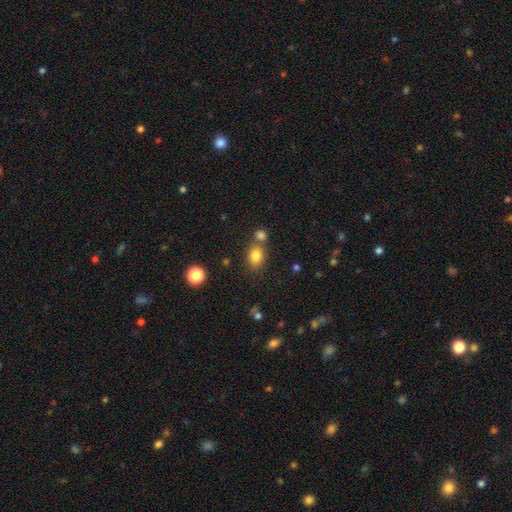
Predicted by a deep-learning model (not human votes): Smooth or featured: smooth — 82% (star or artifact — 11%)
How rounded: in between — 63% (round — 36%)
Merging: none — 61% (merger — 24%)